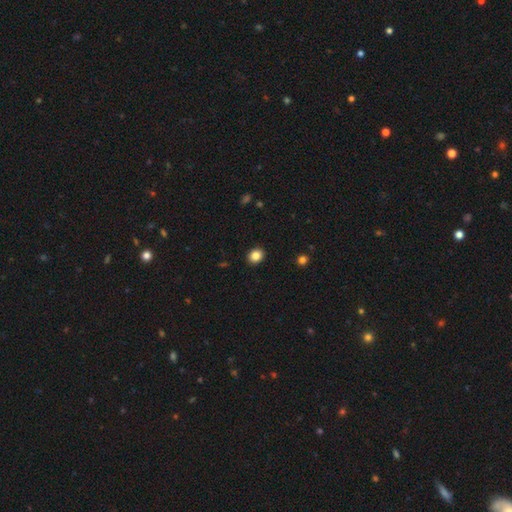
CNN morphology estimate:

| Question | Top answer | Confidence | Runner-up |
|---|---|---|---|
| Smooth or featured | smooth | 86% | star or artifact (10%) |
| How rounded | round | 61% | in between (38%) |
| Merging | none | 92% | minor disturbance (6%) |